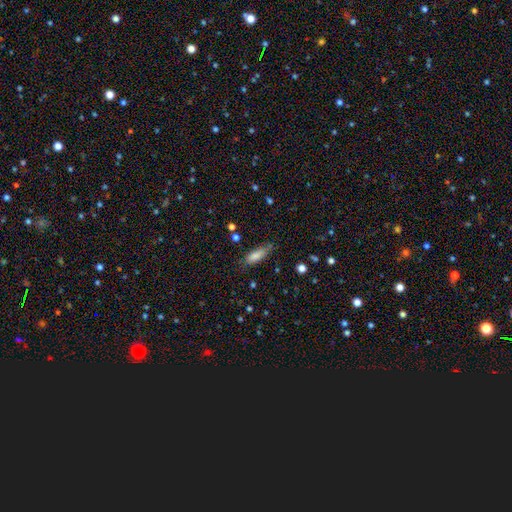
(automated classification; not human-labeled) Smooth or featured?
  - smooth: 81% *
  - featured or disk: 12%
  - star or artifact: 8%
How rounded?
  - in between: 59% *
  - cigar-shaped: 39%
  - round: 2%
Merging?
  - none: 67% *
  - minor disturbance: 24%
  - major disturbance: 6%
  - merger: 3%